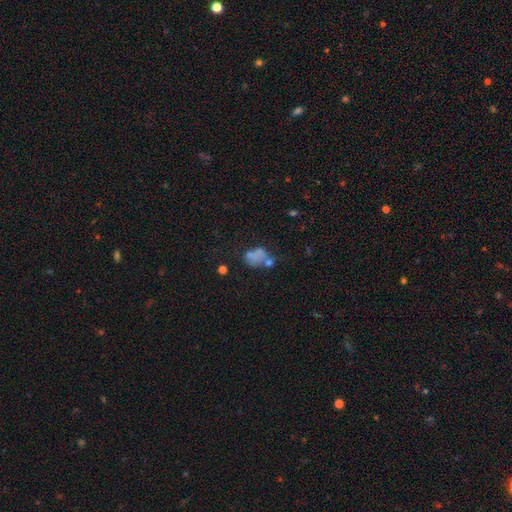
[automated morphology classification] The model was most divided on "merging": merger: 31%, none: 28%, major disturbance: 22%, minor disturbance: 20%. More confident: how rounded — in between (69%); smooth or featured — smooth (58%).